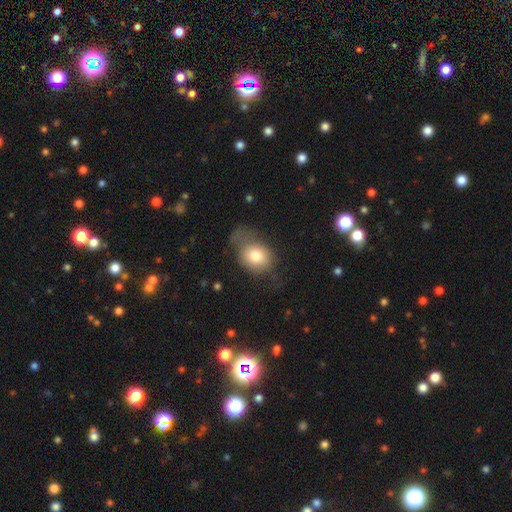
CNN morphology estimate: This is likely a smooth galaxy (76%). How rounded: possibly in between (59%). Merging: marginally none (36%).